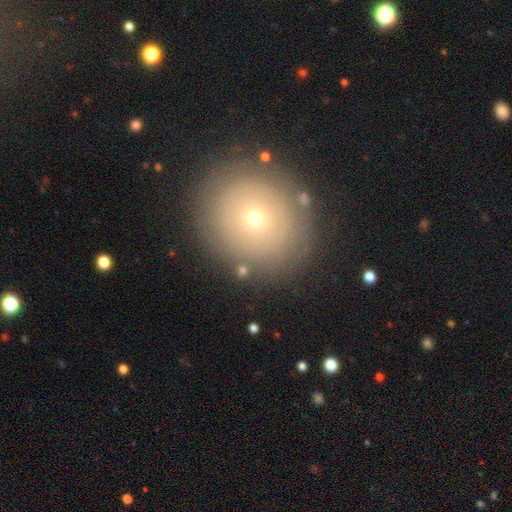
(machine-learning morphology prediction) Q: Smooth or featured?
A: smooth (49%); runner-up: featured or disk (33%)
Q: Merging?
A: none (87%); runner-up: minor disturbance (8%)